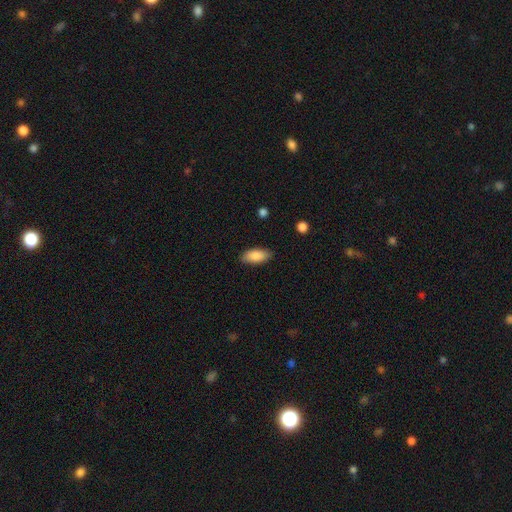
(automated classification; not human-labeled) Overall: smooth (88%). How rounded: in between (89%). Merging: none (86%).